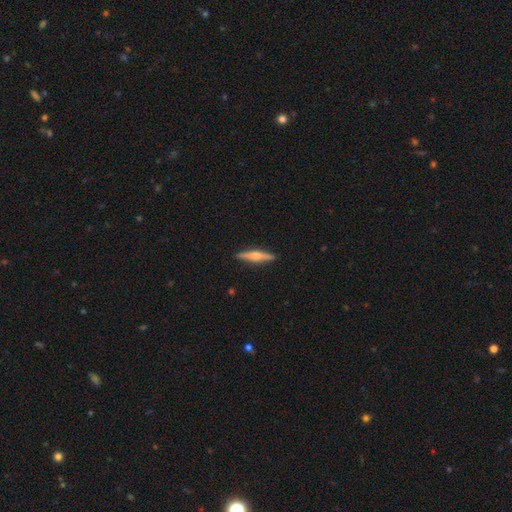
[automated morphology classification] Smooth or featured?
  - featured or disk: 59% *
  - smooth: 35%
  - star or artifact: 6%
Edge-on disk?
  - yes: 97% *
  - no: 3%
Edge-on bulge?
  - rounded: 86% *
  - boxy: 8%
  - none: 6%
Merging?
  - none: 90% *
  - minor disturbance: 7%
  - major disturbance: 1%
  - merger: 1%